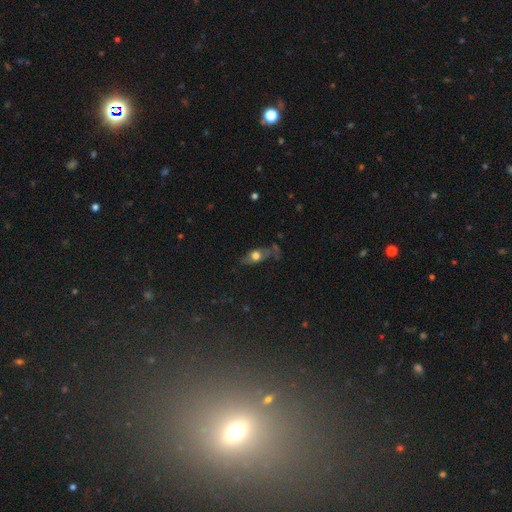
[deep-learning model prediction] Overall: smooth (53%; featured or disk 37%). How rounded: in between (69%). Merging: none (48%; minor disturbance 28%).